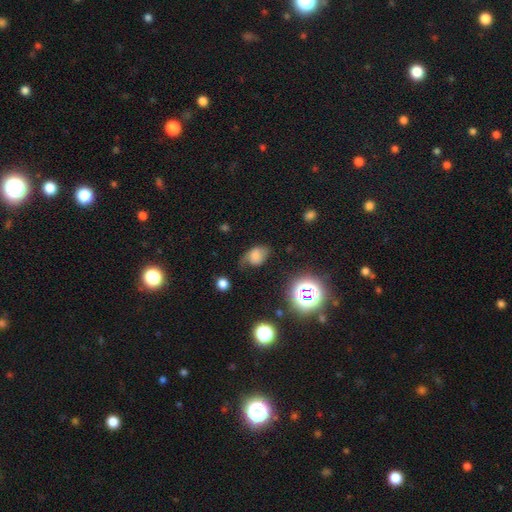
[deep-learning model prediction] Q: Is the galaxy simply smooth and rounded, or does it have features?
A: smooth — 62%.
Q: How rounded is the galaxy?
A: in between — 74%.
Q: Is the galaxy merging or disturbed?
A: none — 43%.